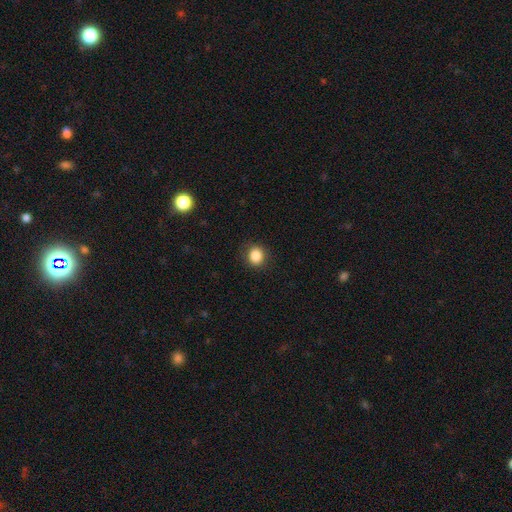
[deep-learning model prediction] Smooth or featured: smooth — 86% (star or artifact — 10%)
How rounded: round — 79% (in between — 20%)
Merging: none — 87% (minor disturbance — 9%)